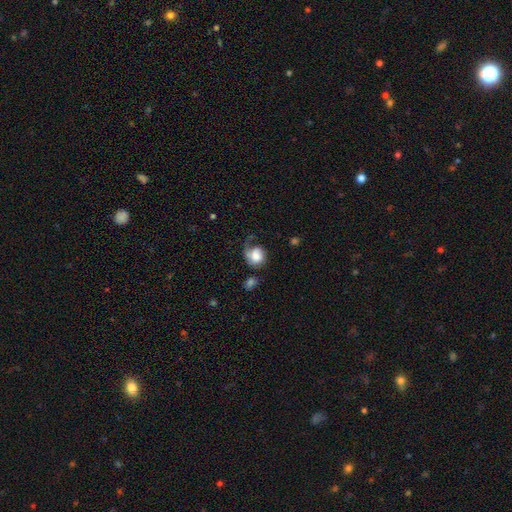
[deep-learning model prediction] A smooth galaxy with no disk features (58%) that is round (67%).

Vote fractions:
- Smooth or featured? smooth: 58% / featured or disk: 33% / star or artifact: 8%
- How rounded? round: 67% / in between: 32% / cigar-shaped: 1%
- Merging? major disturbance: 37% / none: 34% / minor disturbance: 23% / merger: 6%